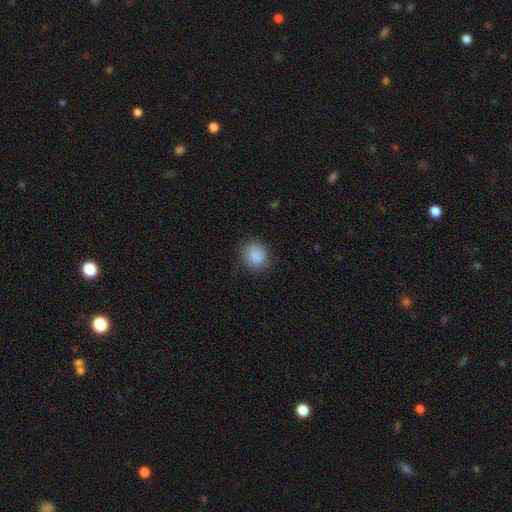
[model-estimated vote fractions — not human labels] Smooth or featured? smooth (88%)
How rounded? round (70%)
Merging? none (85%)